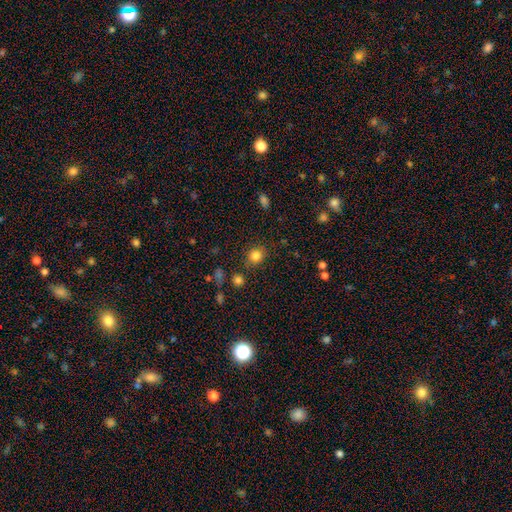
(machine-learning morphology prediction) Smooth or featured: smooth — 83% (star or artifact — 12%)
How rounded: round — 79% (in between — 20%)
Merging: none — 81% (minor disturbance — 11%)